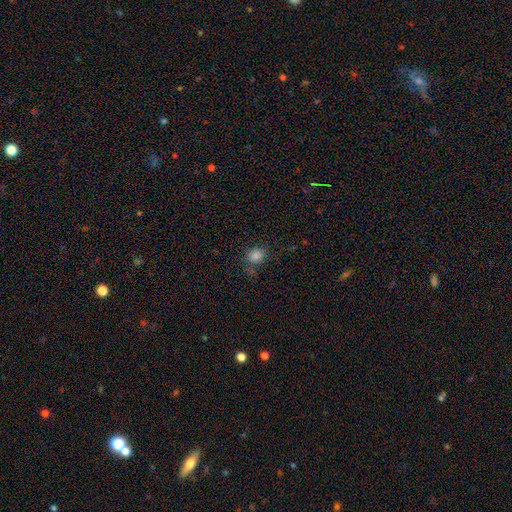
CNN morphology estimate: Smooth or featured?
  - smooth: 80% *
  - star or artifact: 15%
  - featured or disk: 5%
How rounded?
  - round: 63% *
  - in between: 36%
  - cigar-shaped: 1%
Merging?
  - none: 70% *
  - minor disturbance: 18%
  - major disturbance: 7%
  - merger: 5%